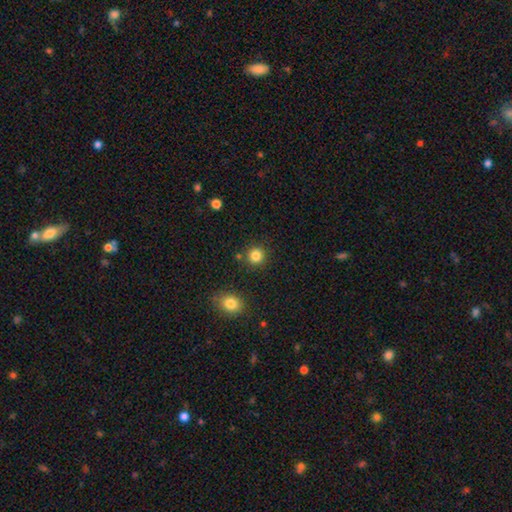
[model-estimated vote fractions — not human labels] Overall: smooth (84%). How rounded: round (93%). Merging: none (87%).